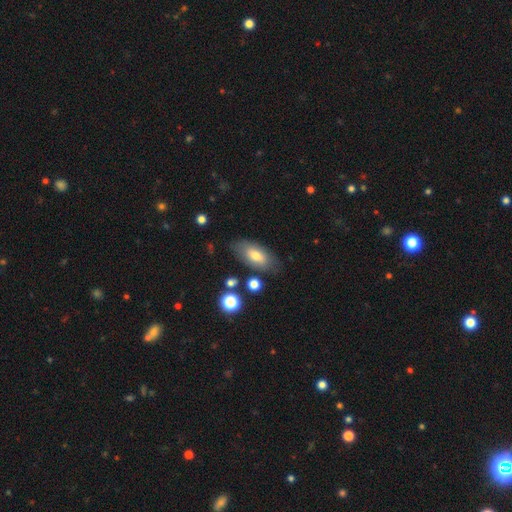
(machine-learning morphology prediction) smooth-or-featured: smooth: 71% | featured or disk: 22% | star or artifact: 7%
  how-rounded: in between: 88% | cigar-shaped: 8% | round: 4%
  merging: none: 76% | minor disturbance: 16% | major disturbance: 5% | merger: 4%